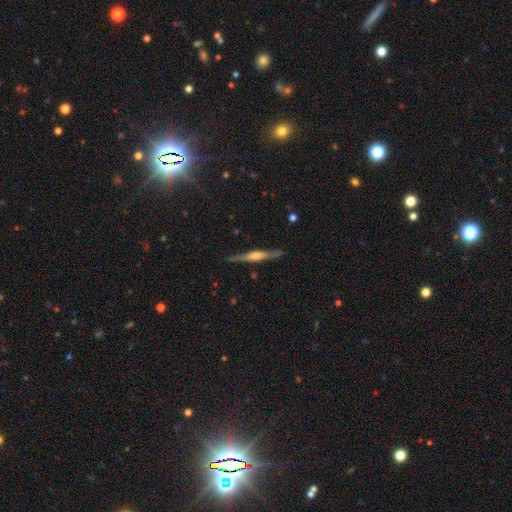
smooth-or-featured: featured or disk: 67% | smooth: 33% | star or artifact: 0%
  disk-edge-on: yes: 100% | no: 0%
    edge-on-bulge: rounded: 75% | boxy: 21% | none: 4%
  merging: none: 94% | minor disturbance: 6% | major disturbance: 0% | merger: 0%